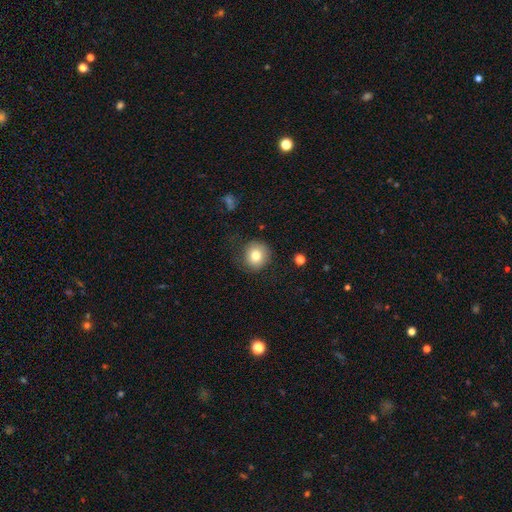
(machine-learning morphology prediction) The model was most divided on "merging": none: 78%, minor disturbance: 14%, major disturbance: 6%, merger: 1%. More confident: how rounded — round (89%); smooth or featured — smooth (78%).